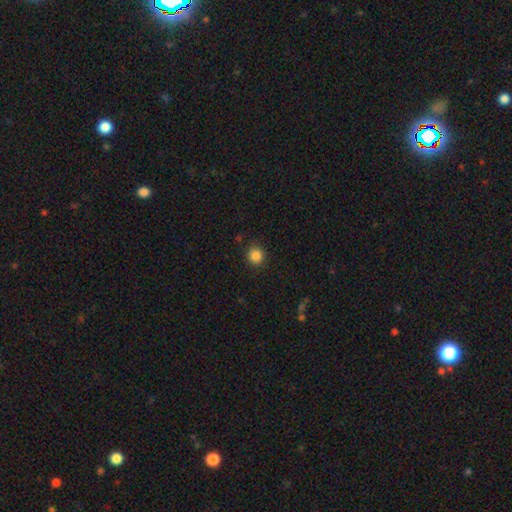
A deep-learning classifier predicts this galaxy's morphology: This is clearly a smooth galaxy (86%). How rounded: clearly round (90%). Merging: clearly none (89%).